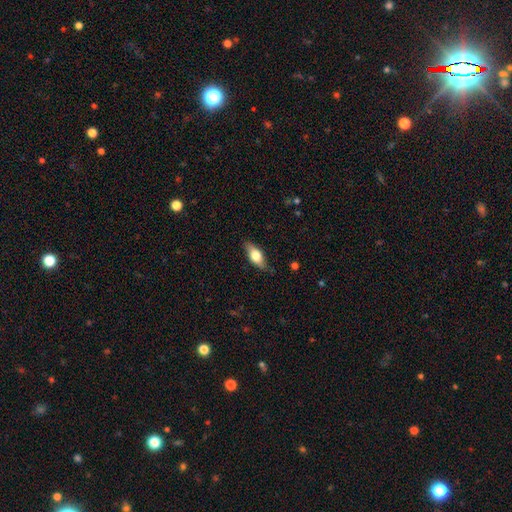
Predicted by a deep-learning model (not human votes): Overall: smooth (65%; featured or disk 29%). How rounded: in between (78%). Merging: none (79%).